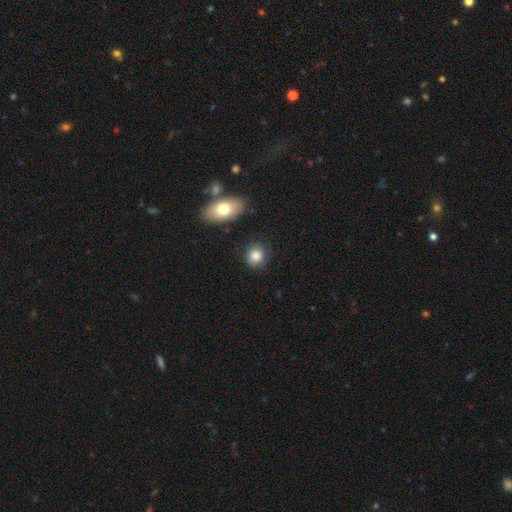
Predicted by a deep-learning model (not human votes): smooth 83%, star or artifact 9%, featured or disk 8%. Down the decision tree: how rounded — round (70%); merging — none (80%).